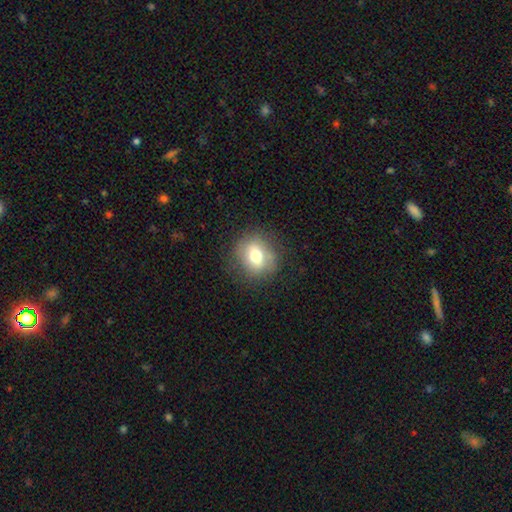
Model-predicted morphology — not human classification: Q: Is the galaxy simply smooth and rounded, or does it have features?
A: smooth — 65%.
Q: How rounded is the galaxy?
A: round — 72%.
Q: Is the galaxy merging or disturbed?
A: none — 80%.